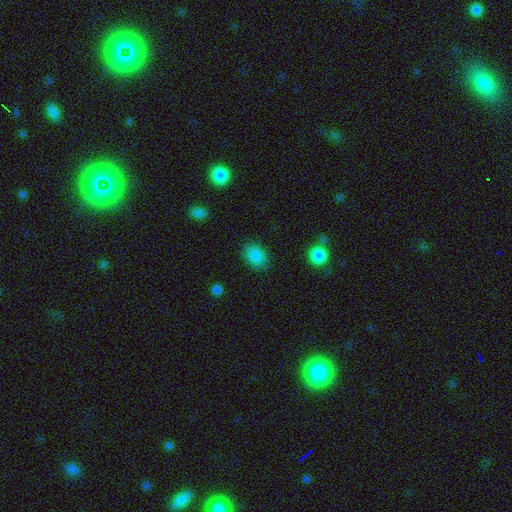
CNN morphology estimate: A smooth galaxy with no disk features (87%) that is in between round and cigar-shaped (76%).

Vote fractions:
- Smooth or featured? smooth: 87% / star or artifact: 9% / featured or disk: 3%
- How rounded? in between: 76% / round: 23% / cigar-shaped: 1%
- Merging? none: 86% / minor disturbance: 10% / major disturbance: 3% / merger: 1%